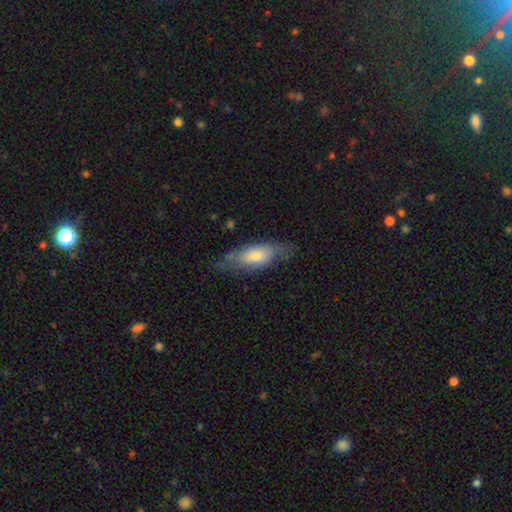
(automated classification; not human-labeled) This is possibly a smooth galaxy (55%). How rounded: likely in between (67%). Merging: likely none (65%).